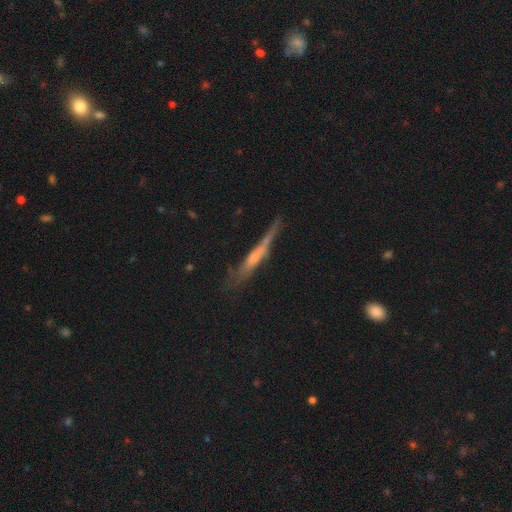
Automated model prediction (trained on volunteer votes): Overall: featured or disk (51%; smooth 40%). Edge-on disk: yes (86%). Merging: none (58%; minor disturbance 24%).